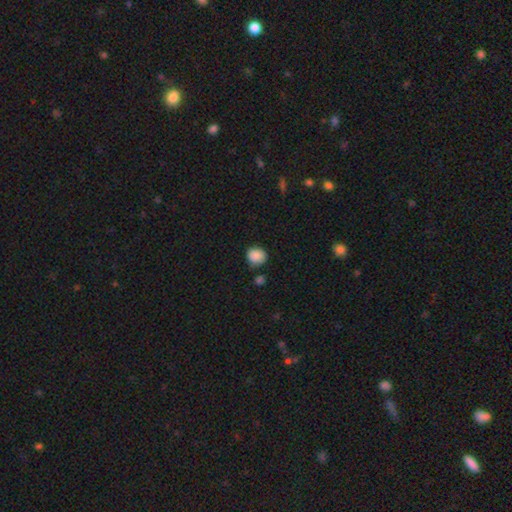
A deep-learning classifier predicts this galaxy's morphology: Smooth or featured? Predicted: smooth (p=0.87). How rounded? Predicted: round (p=0.73). Merging? Predicted: none (p=0.73).